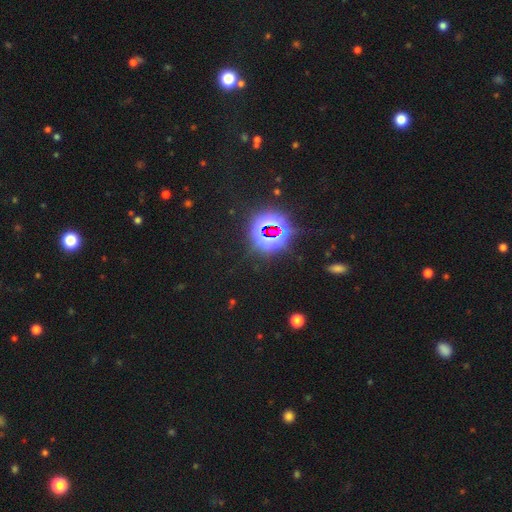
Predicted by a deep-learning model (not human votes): star or artifact 83%, smooth 10%, featured or disk 6%.